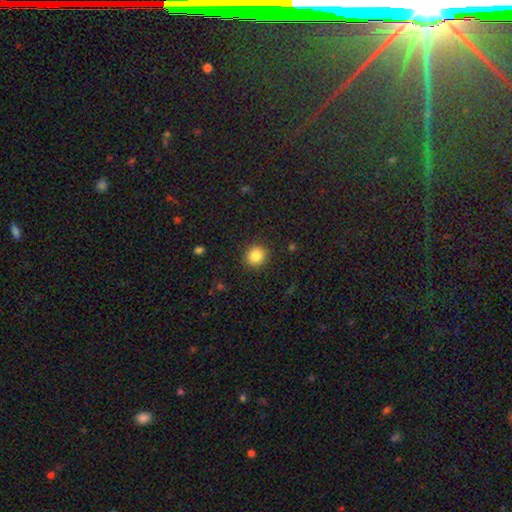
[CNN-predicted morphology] Smooth or featured?
  - smooth: 85% *
  - star or artifact: 10%
  - featured or disk: 5%
How rounded?
  - round: 88% *
  - in between: 11%
  - cigar-shaped: 1%
Merging?
  - none: 91% *
  - minor disturbance: 6%
  - major disturbance: 2%
  - merger: 1%